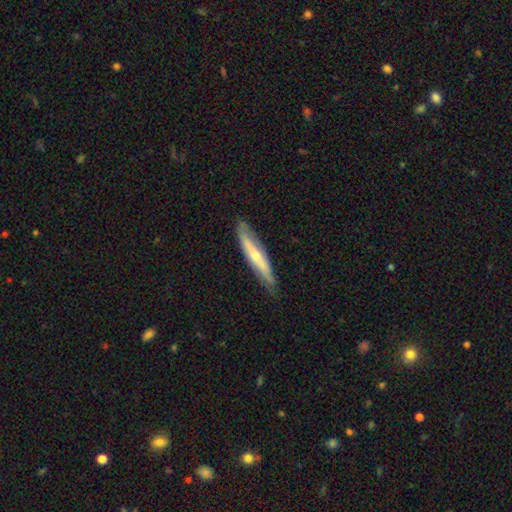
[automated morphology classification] featured or disk 58%, smooth 37%, star or artifact 6%. Down the decision tree: edge-on disk — yes (77%); merging — none (81%).